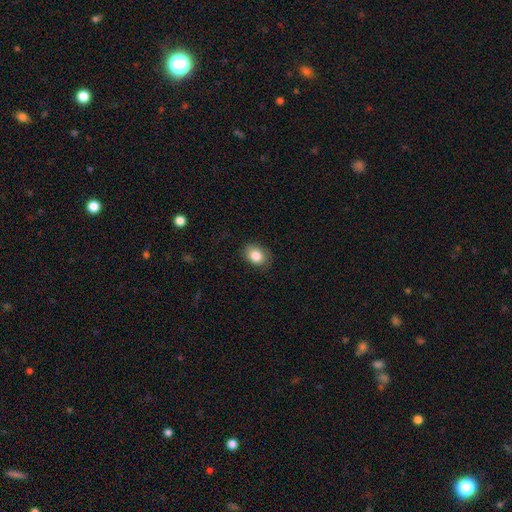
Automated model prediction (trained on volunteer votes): smooth-or-featured: smooth: 83% | star or artifact: 9% | featured or disk: 8%
  how-rounded: in between: 66% | round: 33% | cigar-shaped: 1%
  merging: none: 83% | minor disturbance: 13% | major disturbance: 3% | merger: 1%